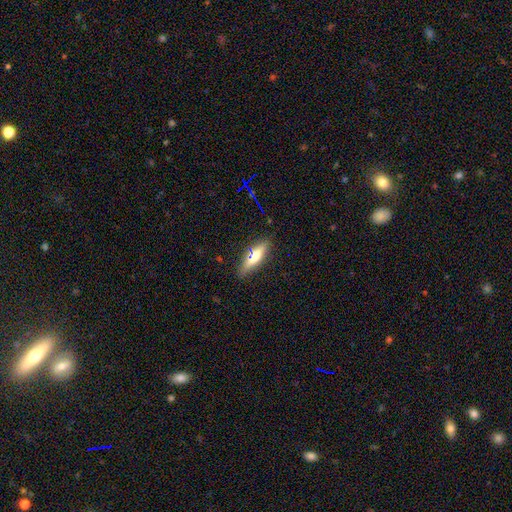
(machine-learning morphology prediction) Smooth or featured? smooth (50%)
Merging? none (84%)